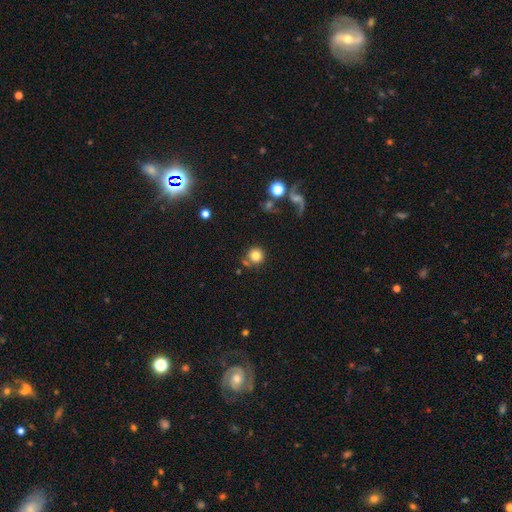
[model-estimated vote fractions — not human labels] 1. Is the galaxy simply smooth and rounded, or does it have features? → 80% smooth, 11% star or artifact, 9% featured or disk.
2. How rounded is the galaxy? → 93% round, 6% in between, 1% cigar-shaped.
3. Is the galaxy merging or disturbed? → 75% none, 11% minor disturbance, 9% merger, 5% major disturbance.